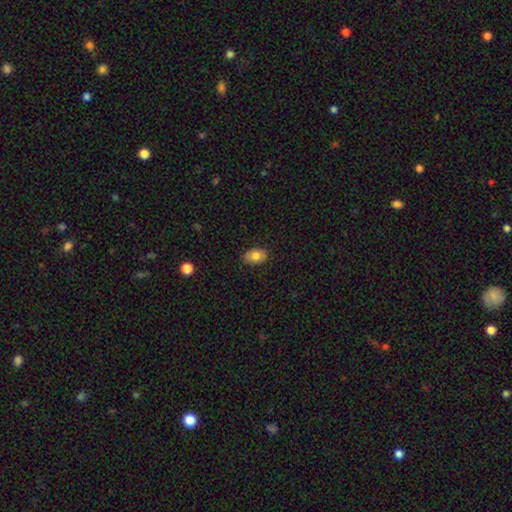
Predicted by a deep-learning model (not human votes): Morphology: type=smooth (77%); roundness=in between (84%); merging=none (84%).